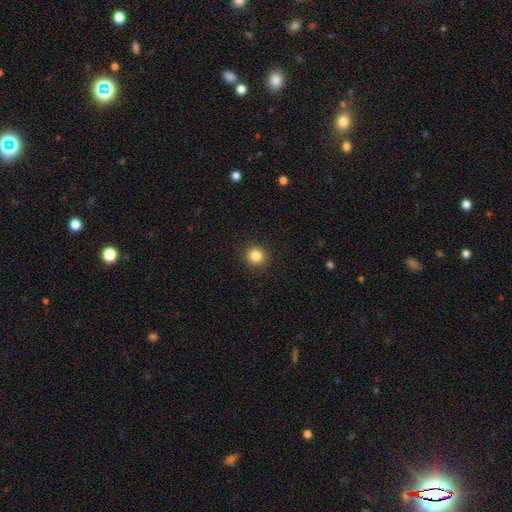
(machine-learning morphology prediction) This appears to be a smooth galaxy with no disk features (84%) that is round (94%). Merging: none (92%).